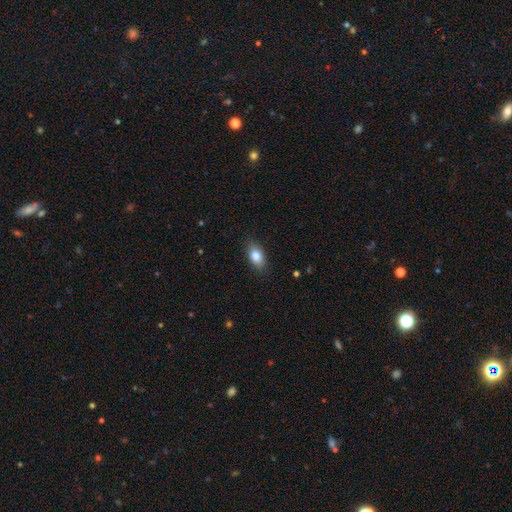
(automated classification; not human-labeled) This appears to be a smooth galaxy with no disk features (82%) that is in between round and cigar-shaped (87%). Merging: none (86%).